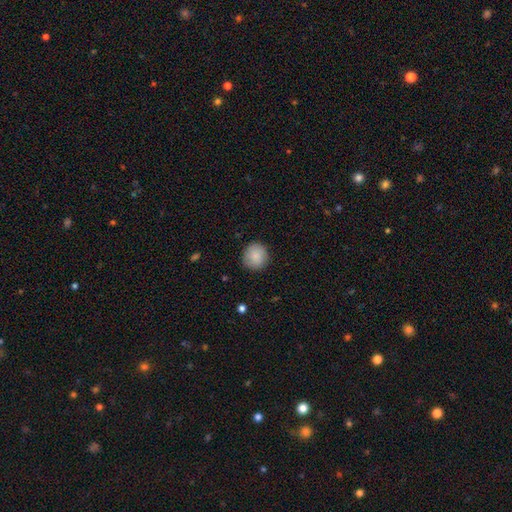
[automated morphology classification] This appears to be a smooth galaxy with no disk features (87%) that is round (89%). Merging: none (88%).